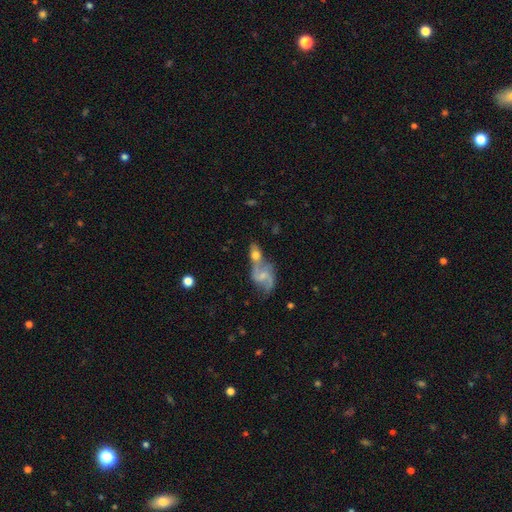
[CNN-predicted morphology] Smooth or featured? featured or disk (52%)
Edge-on disk? no (90%)
Merging? merger (59%)